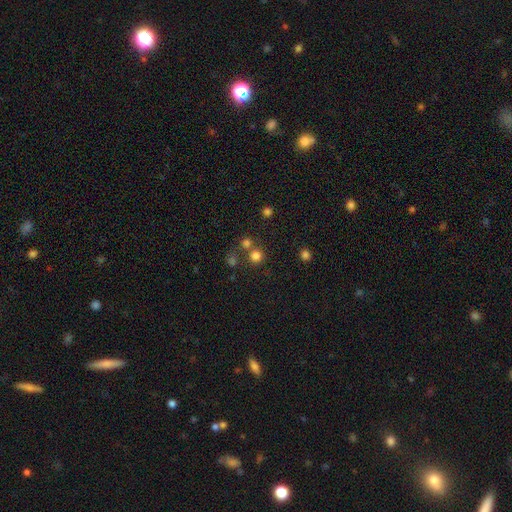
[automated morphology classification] Smooth or featured?
  - smooth: 76% *
  - star or artifact: 18%
  - featured or disk: 6%
How rounded?
  - round: 93% *
  - in between: 6%
  - cigar-shaped: 1%
Merging?
  - none: 68% *
  - merger: 22%
  - minor disturbance: 6%
  - major disturbance: 3%